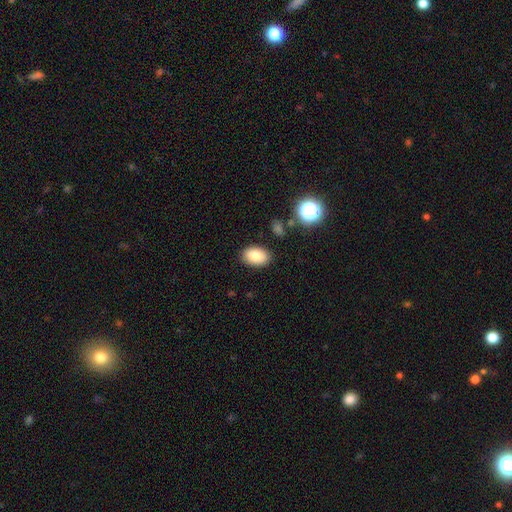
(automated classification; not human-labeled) This is clearly a smooth galaxy (85%). How rounded: clearly in between (89%). Merging: clearly none (86%).